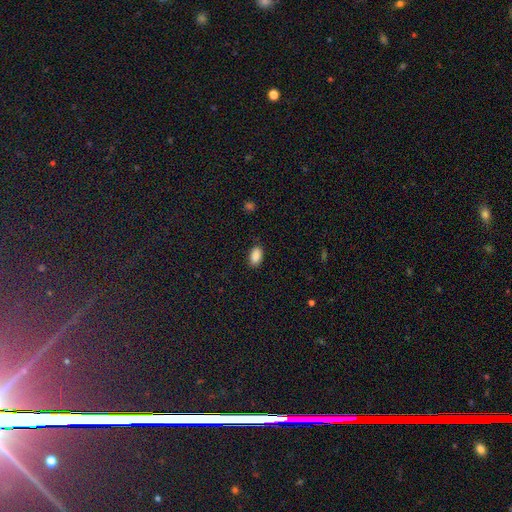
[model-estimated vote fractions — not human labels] smooth-or-featured: smooth: 89% | star or artifact: 8% | featured or disk: 3%
  how-rounded: in between: 92% | round: 7% | cigar-shaped: 2%
  merging: none: 85% | minor disturbance: 11% | major disturbance: 3% | merger: 1%